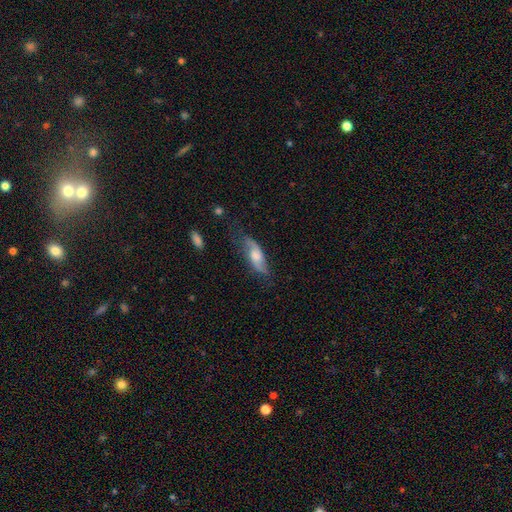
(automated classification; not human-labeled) Q: Smooth or featured?
A: featured or disk (56%); runner-up: smooth (36%)
Q: Edge-on disk?
A: no (73%); runner-up: yes (27%)
Q: Merging?
A: none (62%); runner-up: minor disturbance (25%)